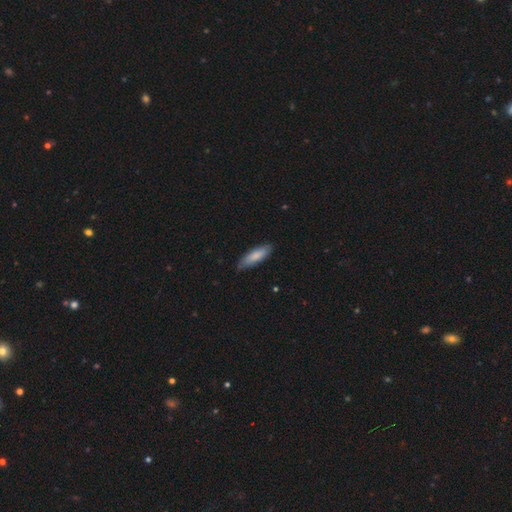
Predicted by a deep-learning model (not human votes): Overall: smooth (80%). How rounded: cigar-shaped (55%; in between 44%). Merging: none (82%).